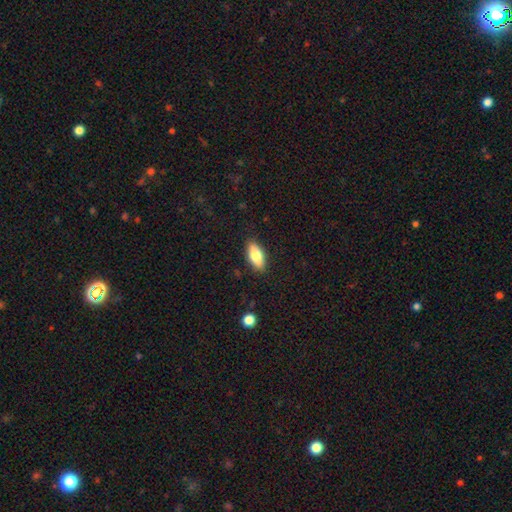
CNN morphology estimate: Smooth or featured?
  - smooth: 80% *
  - featured or disk: 14%
  - star or artifact: 6%
How rounded?
  - in between: 83% *
  - cigar-shaped: 14%
  - round: 3%
Merging?
  - none: 87% *
  - minor disturbance: 9%
  - major disturbance: 2%
  - merger: 1%